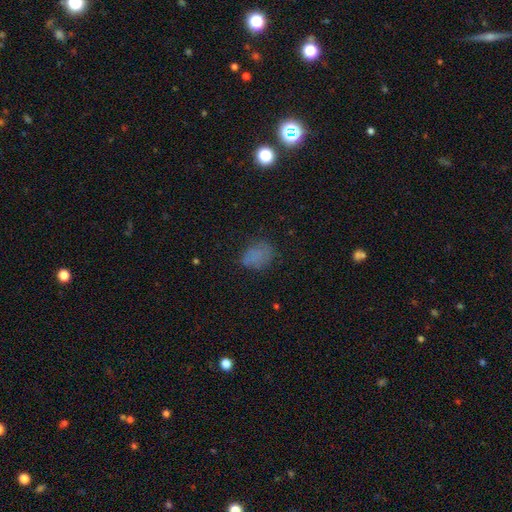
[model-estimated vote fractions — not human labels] smooth 70%, star or artifact 18%, featured or disk 12%. Down the decision tree: how rounded — in between (67%); merging — none (65%).